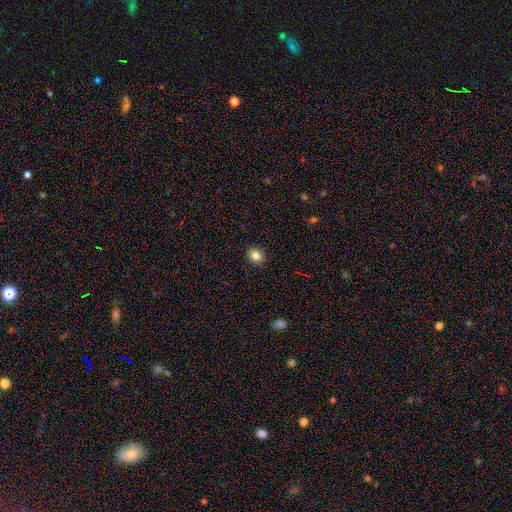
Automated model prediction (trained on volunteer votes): smooth 84%, star or artifact 10%, featured or disk 6%. Down the decision tree: how rounded — in between (50%); merging — none (89%).